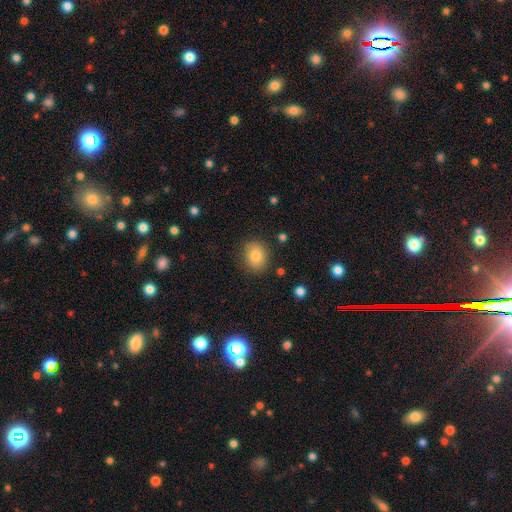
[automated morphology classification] Smooth or featured?
  - smooth: 83% *
  - star or artifact: 9%
  - featured or disk: 9%
How rounded?
  - round: 62% *
  - in between: 38%
  - cigar-shaped: 1%
Merging?
  - none: 83% *
  - minor disturbance: 12%
  - major disturbance: 3%
  - merger: 2%